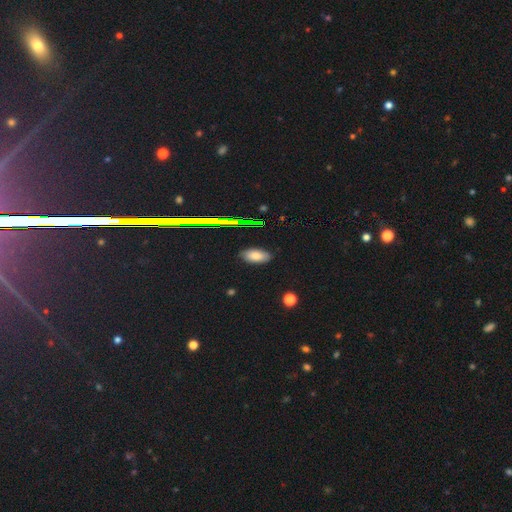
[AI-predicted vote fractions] smooth-or-featured: smooth: 78% | star or artifact: 12% | featured or disk: 9%
  how-rounded: in between: 92% | cigar-shaped: 5% | round: 4%
  merging: none: 87% | minor disturbance: 10% | major disturbance: 2% | merger: 1%